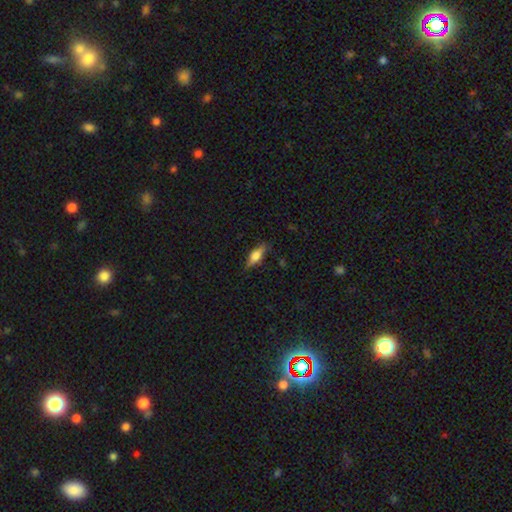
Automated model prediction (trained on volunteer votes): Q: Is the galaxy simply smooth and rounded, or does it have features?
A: smooth — 58%.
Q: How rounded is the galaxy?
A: in between — 54%.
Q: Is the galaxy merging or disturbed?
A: none — 80%.